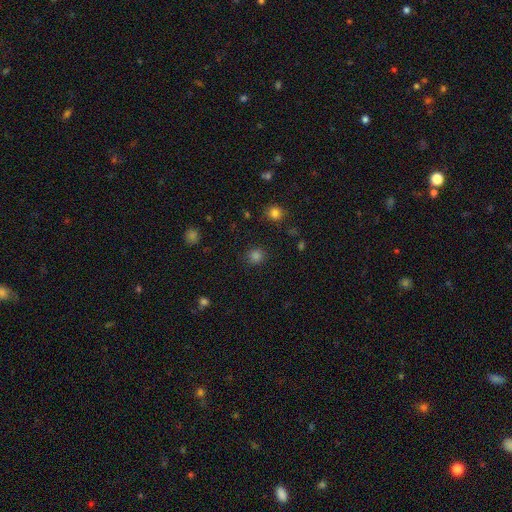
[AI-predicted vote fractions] A smooth galaxy with no disk features (80%) that is round (90%).

Vote fractions:
- Smooth or featured? smooth: 80% / star or artifact: 16% / featured or disk: 4%
- How rounded? round: 90% / in between: 9% / cigar-shaped: 1%
- Merging? none: 89% / minor disturbance: 7% / major disturbance: 3% / merger: 1%